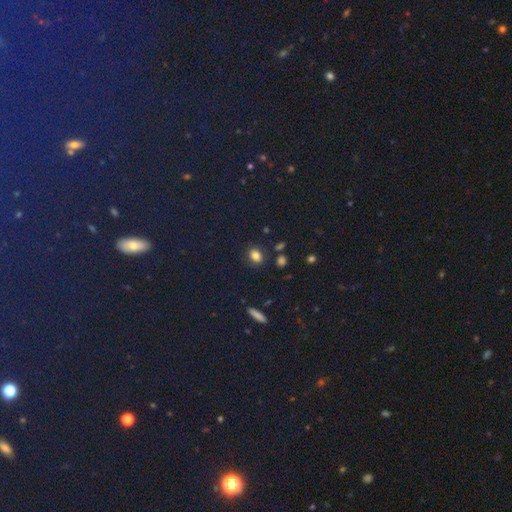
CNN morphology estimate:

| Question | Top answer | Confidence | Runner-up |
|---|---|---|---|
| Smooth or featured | smooth | 80% | star or artifact (13%) |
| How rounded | in between | 66% | round (32%) |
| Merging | none | 83% | minor disturbance (11%) |